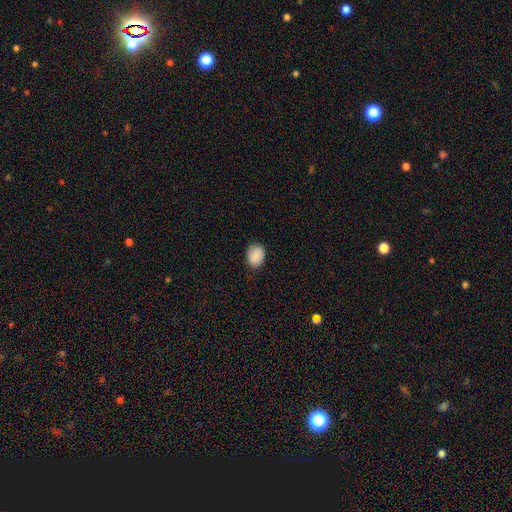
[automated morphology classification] A smooth galaxy with no disk features (88%) that is in between round and cigar-shaped (70%). Merging: none (79%).